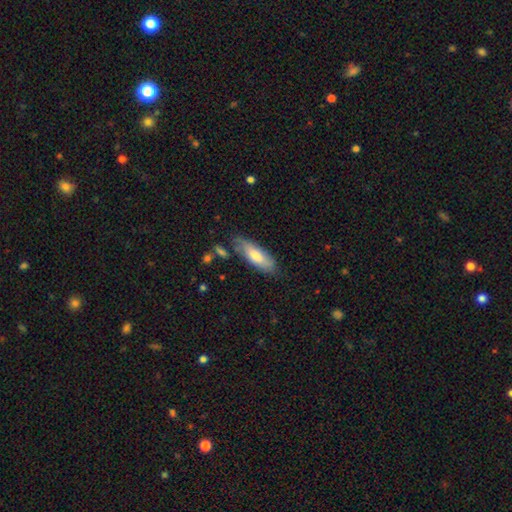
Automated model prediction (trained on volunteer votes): Smooth or featured?
  - smooth: 68% *
  - featured or disk: 26%
  - star or artifact: 6%
How rounded?
  - in between: 62% *
  - cigar-shaped: 36%
  - round: 2%
Merging?
  - none: 70% *
  - minor disturbance: 21%
  - major disturbance: 5%
  - merger: 4%